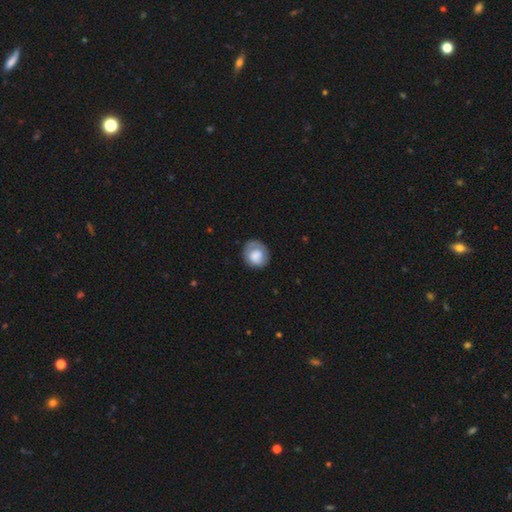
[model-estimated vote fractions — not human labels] Morphology: type=smooth (71%); roundness=round (77%); merging=none (68%).